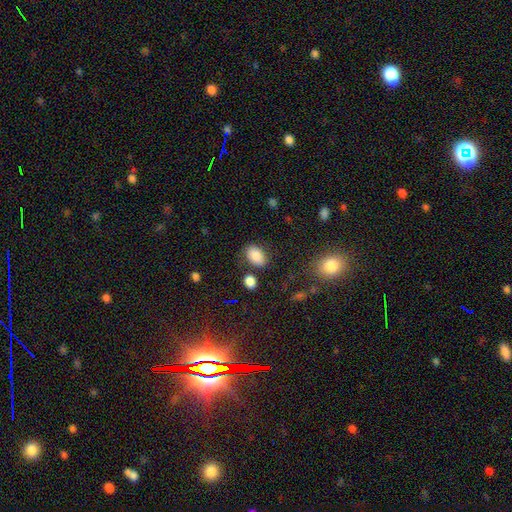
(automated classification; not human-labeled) smooth 85%, star or artifact 9%, featured or disk 6%. Down the decision tree: how rounded — in between (85%); merging — none (78%).